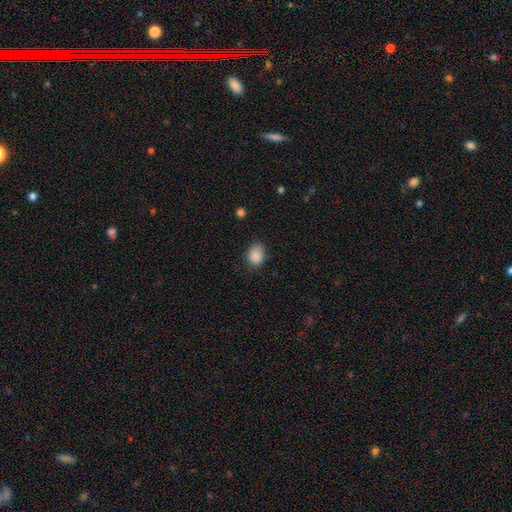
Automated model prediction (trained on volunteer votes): The model was most divided on "how rounded": in between: 59%, round: 40%, cigar-shaped: 1%. More confident: smooth or featured — smooth (88%); merging — none (75%).